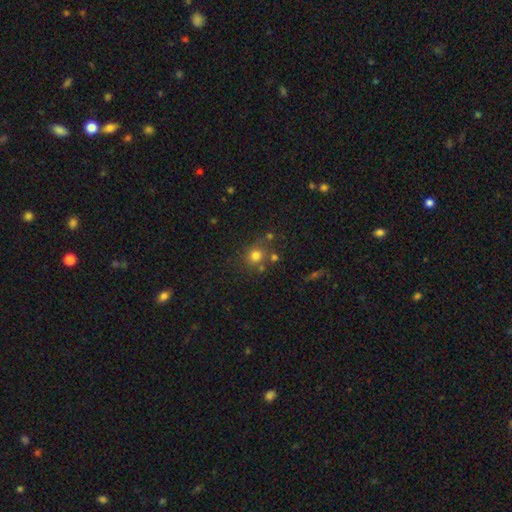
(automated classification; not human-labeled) Morphology: type=smooth (75%); roundness=round (85%); merging=none (65%).